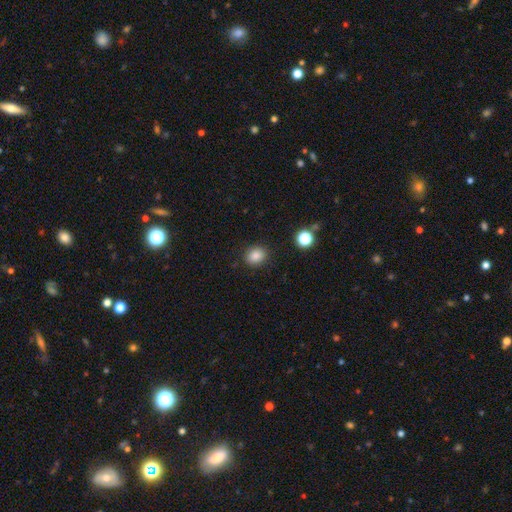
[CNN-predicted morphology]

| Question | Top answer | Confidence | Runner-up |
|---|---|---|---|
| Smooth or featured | smooth | 85% | star or artifact (11%) |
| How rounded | round | 63% | in between (36%) |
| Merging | none | 88% | minor disturbance (8%) |